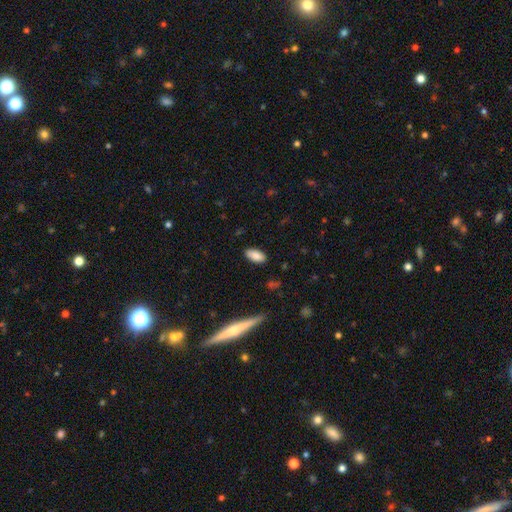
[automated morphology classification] A smooth galaxy with no disk features (86%) that is in between round and cigar-shaped (92%).

Vote fractions:
- Smooth or featured? smooth: 86% / star or artifact: 7% / featured or disk: 7%
- How rounded? in between: 92% / cigar-shaped: 5% / round: 2%
- Merging? none: 87% / minor disturbance: 10% / major disturbance: 2% / merger: 1%